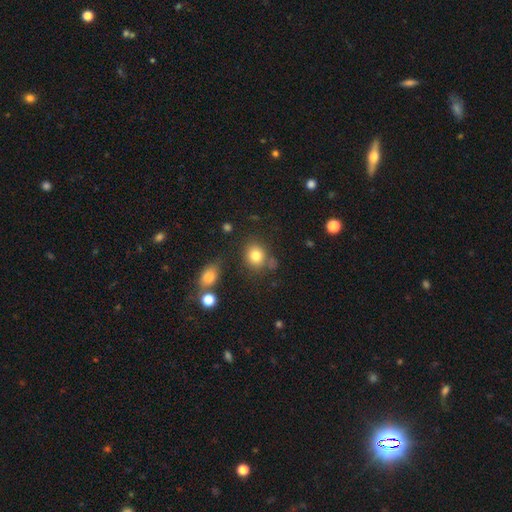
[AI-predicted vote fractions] smooth 81%, star or artifact 12%, featured or disk 8%. Down the decision tree: how rounded — round (66%); merging — none (71%).